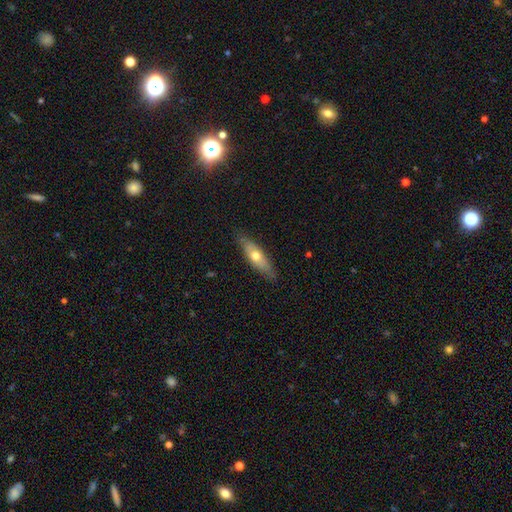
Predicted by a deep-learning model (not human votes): The model was most divided on "how rounded": cigar-shaped: 55%, in between: 43%, round: 2%. More confident: merging — none (81%); smooth or featured — smooth (55%).